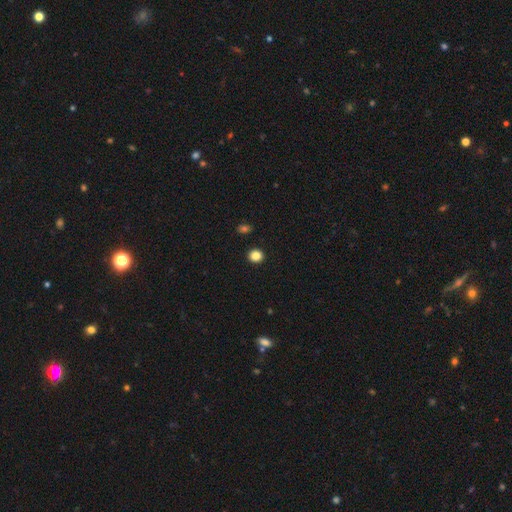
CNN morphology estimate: This appears to be a smooth galaxy with no disk features (86%) that is round (86%). Merging: none (92%).